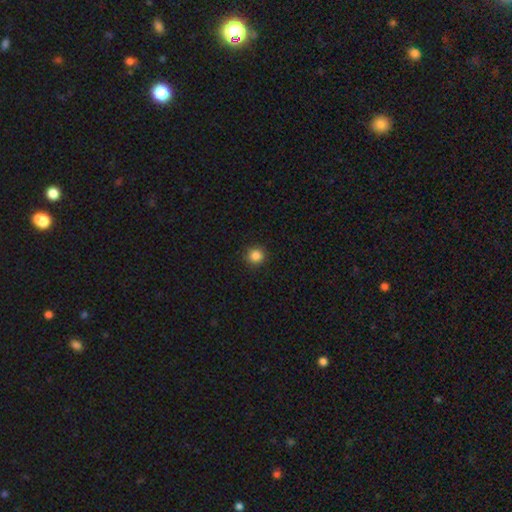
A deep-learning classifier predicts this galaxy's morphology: The model was most divided on "smooth or featured": smooth: 85%, star or artifact: 11%, featured or disk: 3%. More confident: how rounded — round (94%); merging — none (91%).